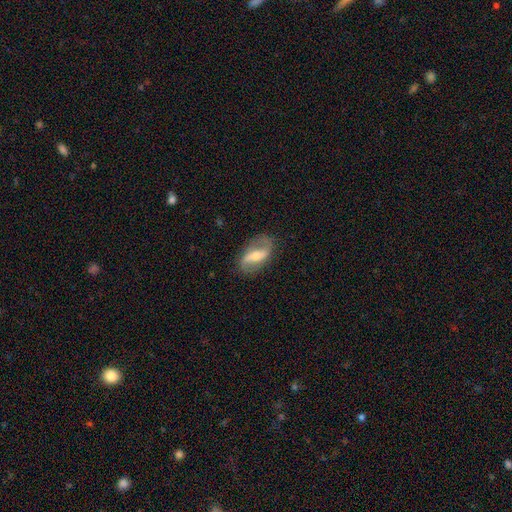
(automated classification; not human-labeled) This is likely a featured or disk galaxy (72%). It is clearly not viewed edge-on (91%). Bar: possibly strong (49%). Spiral arm pattern: clearly yes (81%). Spiral arm count: clearly 2 (87%). Spiral winding: possibly loose (57%). Central bulge: possibly moderate (55%). Merging: likely none (76%).